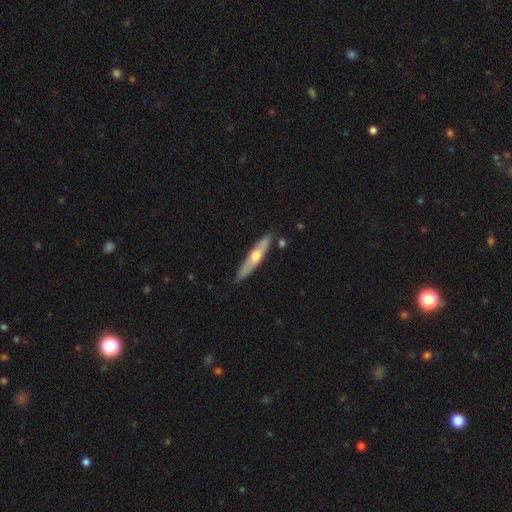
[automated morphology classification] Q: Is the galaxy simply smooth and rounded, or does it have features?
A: featured or disk — 53%.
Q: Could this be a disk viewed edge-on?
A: yes — 82%.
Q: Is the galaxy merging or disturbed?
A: none — 83%.